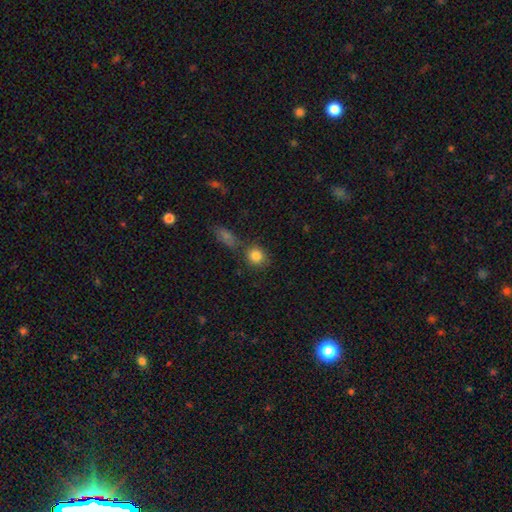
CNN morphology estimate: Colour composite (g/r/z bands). It shows a smooth galaxy with no disk features (84%) that is round (78%). Merging: none (69%).